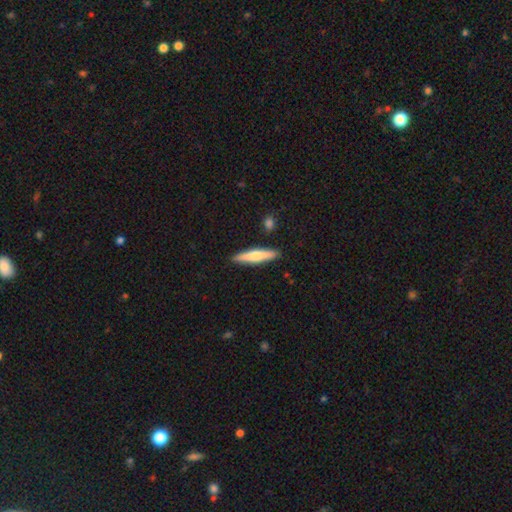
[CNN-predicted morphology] Smooth or featured? smooth (59%)
How rounded? cigar-shaped (86%)
Merging? none (89%)